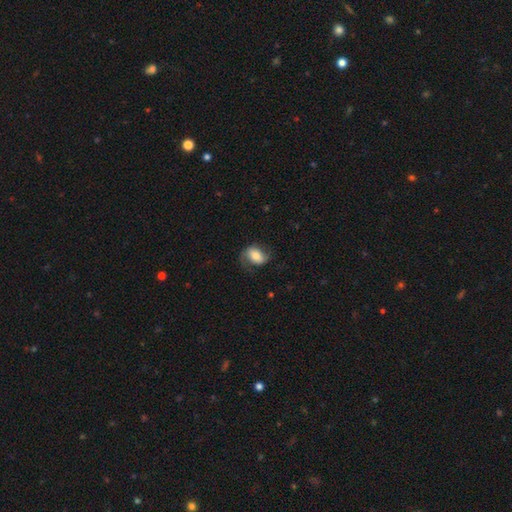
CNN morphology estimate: smooth_or_featured: smooth (p=0.55) [alt: featured or disk p=0.37]
how_rounded: in between (p=0.75) [alt: round p=0.23]
merging: none (p=0.60) [alt: minor disturbance p=0.23]